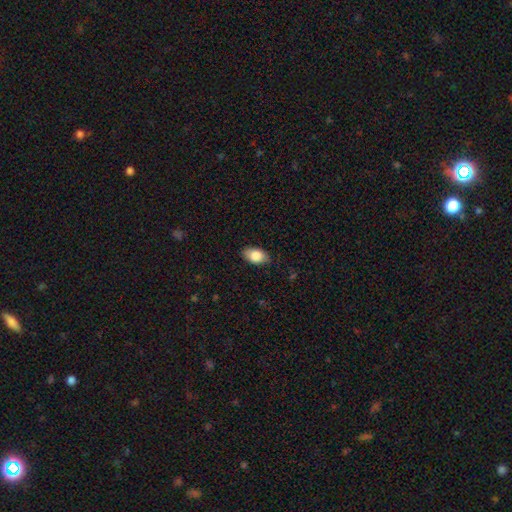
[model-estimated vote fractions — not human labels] Smooth or featured? Predicted: smooth (p=0.84). How rounded? Predicted: in between (p=0.91). Merging? Predicted: none (p=0.82).